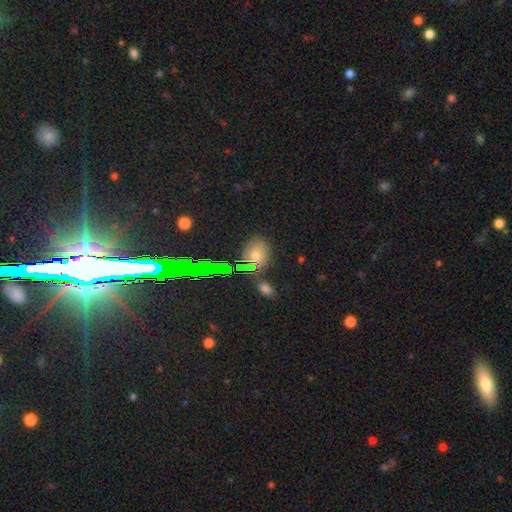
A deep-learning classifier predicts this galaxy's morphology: A smooth galaxy with no disk features (63%) that is in between round and cigar-shaped (50%).

Vote fractions:
- Smooth or featured? smooth: 63% / star or artifact: 24% / featured or disk: 13%
- How rounded? in between: 50% / round: 48% / cigar-shaped: 2%
- Merging? none: 75% / minor disturbance: 14% / merger: 6% / major disturbance: 5%